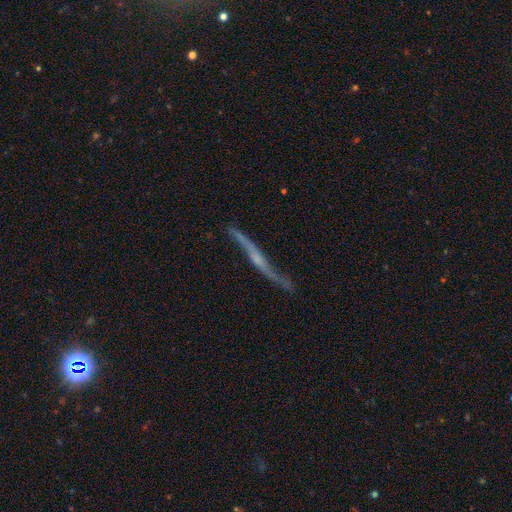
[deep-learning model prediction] Morphology: type=featured or disk (83%); edge-on=yes (75%); edge-on bulge=rounded (60%); merging=none (71%).